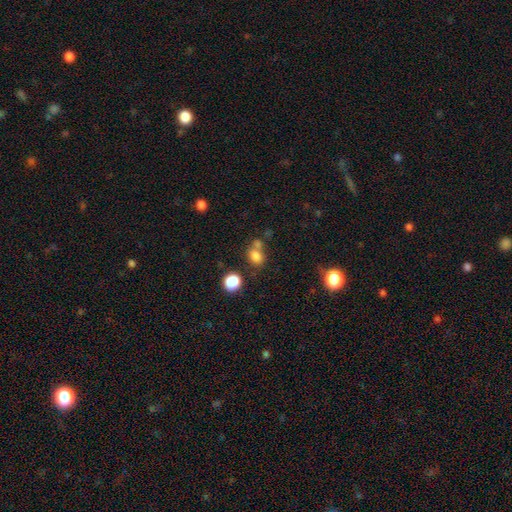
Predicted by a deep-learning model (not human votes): smooth_or_featured: smooth (p=0.77) [alt: star or artifact p=0.15]
how_rounded: in between (p=0.51) [alt: round p=0.47]
merging: none (p=0.50) [alt: merger p=0.32]